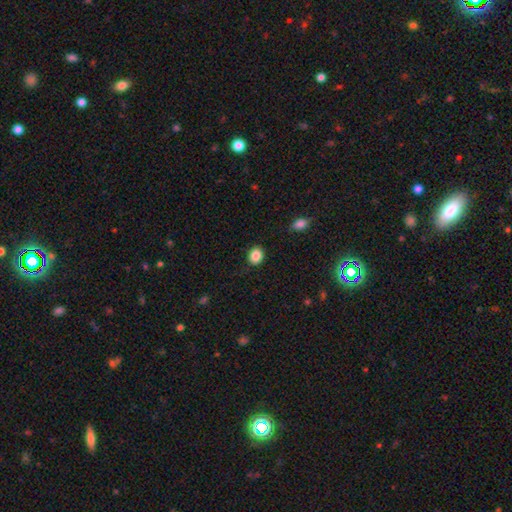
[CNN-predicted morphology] This is clearly a smooth galaxy (87%). How rounded: likely round (63%). Merging: clearly none (87%).